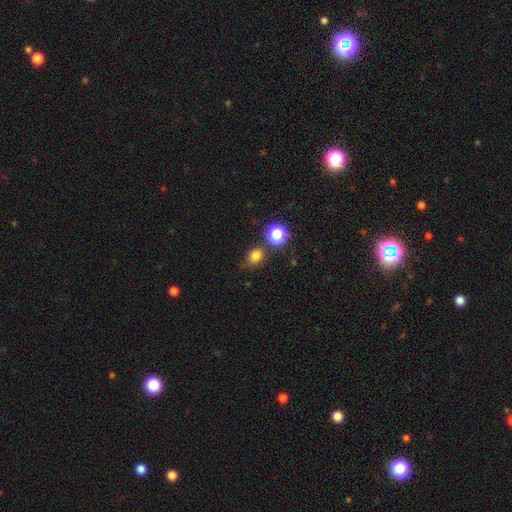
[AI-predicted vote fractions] Smooth or featured?
  - smooth: 78% *
  - star or artifact: 16%
  - featured or disk: 6%
How rounded?
  - round: 68% *
  - in between: 31%
  - cigar-shaped: 1%
Merging?
  - none: 69% *
  - minor disturbance: 17%
  - merger: 8%
  - major disturbance: 5%